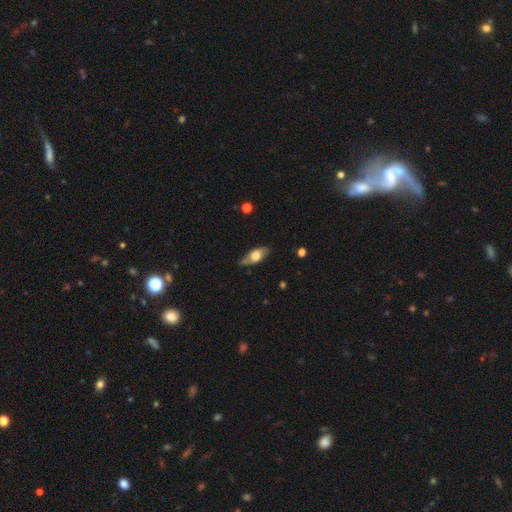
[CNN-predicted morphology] The model was most divided on "smooth or featured": smooth: 51%, featured or disk: 43%, star or artifact: 6%. More confident: how rounded — in between (80%); merging — none (79%).